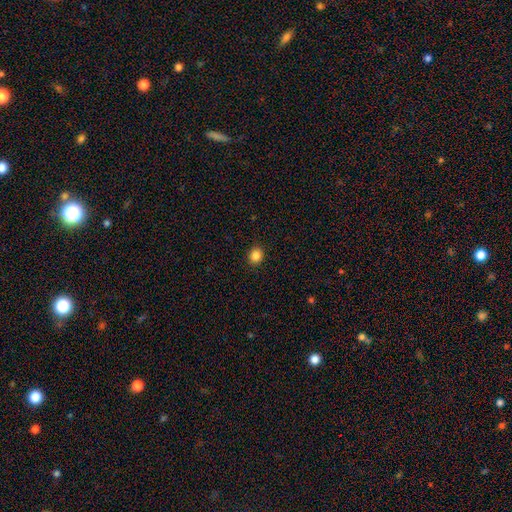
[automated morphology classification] This appears to be a smooth galaxy with no disk features (85%) that is round (66%). Merging: none (91%).